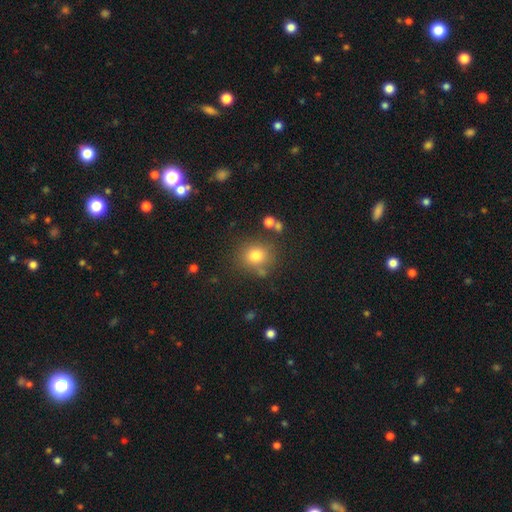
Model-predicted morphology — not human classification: This appears to be a smooth galaxy with no disk features (78%) that is round (84%). Merging: none (77%).